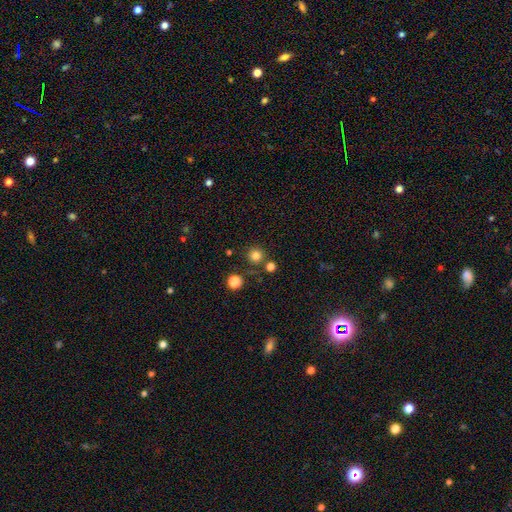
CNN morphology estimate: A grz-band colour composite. It shows a smooth galaxy with no disk features (80%) that is round (95%). Merging: none (82%).